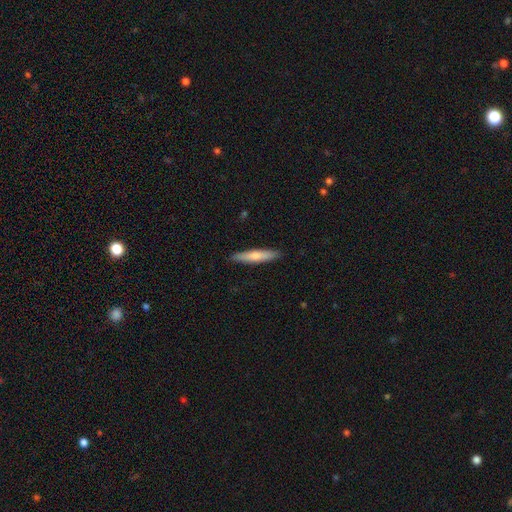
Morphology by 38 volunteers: Volunteers were most divided on "smooth or featured": smooth: 63%, featured or disk: 32%, star or artifact: 5%. More confident: merging — none (89%); how rounded — cigar-shaped (79%).